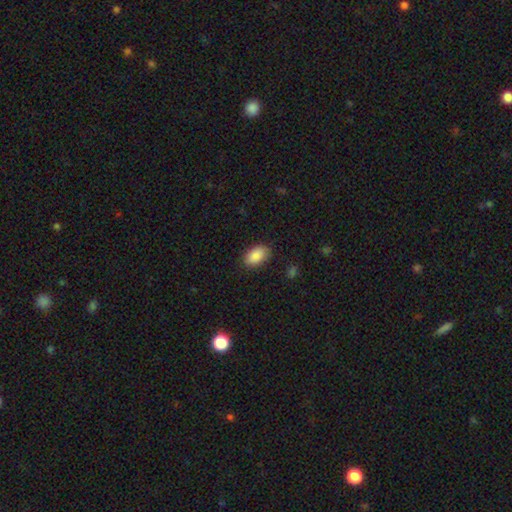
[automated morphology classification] The model was most divided on "merging": none: 85%, minor disturbance: 11%, major disturbance: 3%, merger: 1%. More confident: how rounded — in between (92%); smooth or featured — smooth (89%).